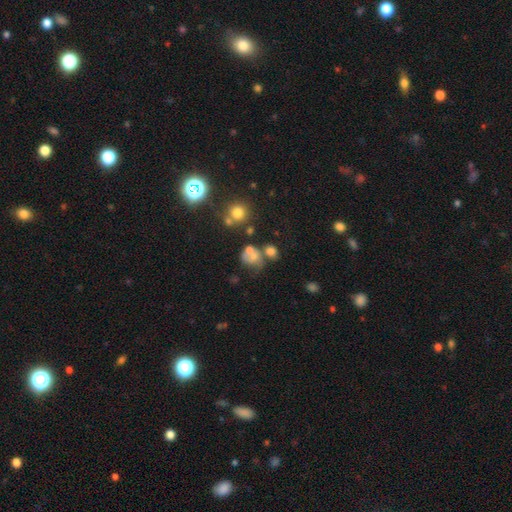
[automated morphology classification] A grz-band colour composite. It shows a star or artifact, not a galaxy (43%).